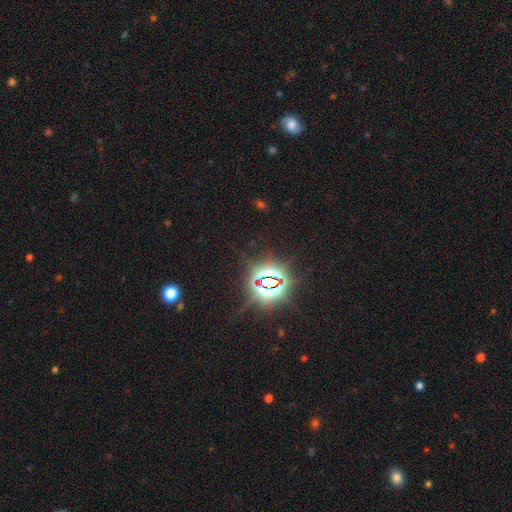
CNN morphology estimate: A star or artifact, not a galaxy (83%).